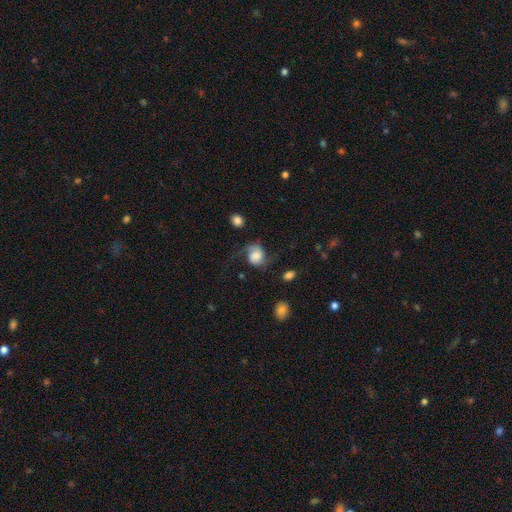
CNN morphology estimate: This is possibly a smooth galaxy (48%). Merging: possibly none (45%).